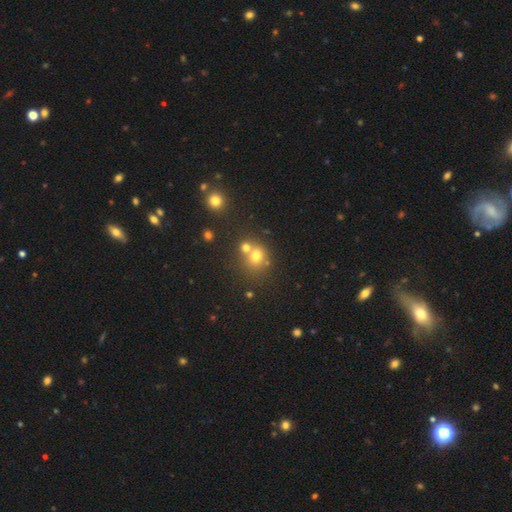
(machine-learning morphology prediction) smooth-or-featured: smooth: 71% | star or artifact: 16% | featured or disk: 13%
  how-rounded: round: 80% | in between: 19% | cigar-shaped: 1%
  merging: none: 48% | merger: 40% | minor disturbance: 8% | major disturbance: 4%